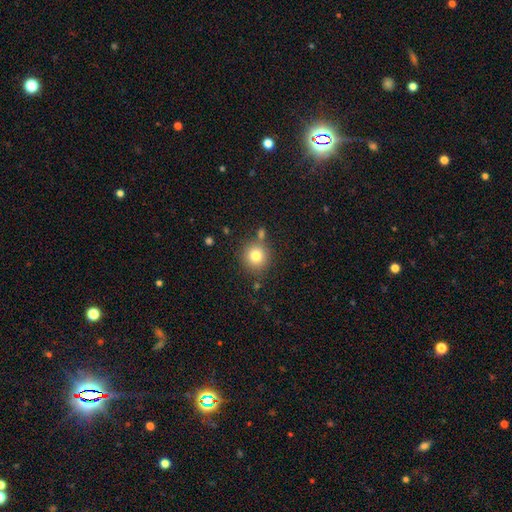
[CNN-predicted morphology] smooth-or-featured: smooth: 80% | star or artifact: 11% | featured or disk: 9%
  how-rounded: round: 92% | in between: 8% | cigar-shaped: 1%
  merging: none: 77% | minor disturbance: 10% | merger: 10% | major disturbance: 3%